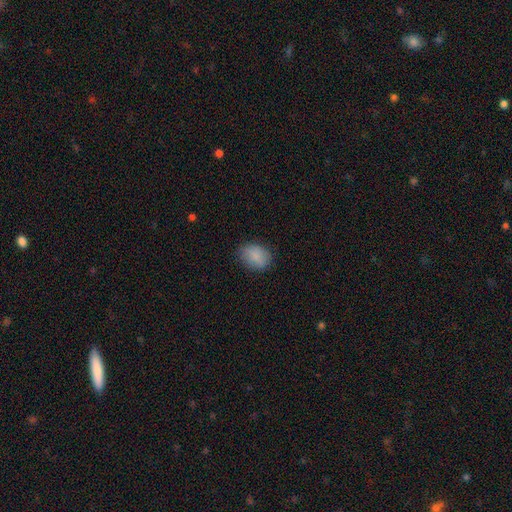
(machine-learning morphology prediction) A smooth galaxy with no disk features (86%) that is in between round and cigar-shaped (69%). Merging: none (81%).